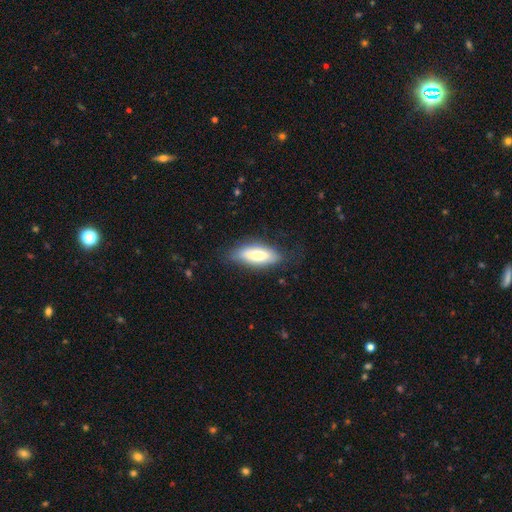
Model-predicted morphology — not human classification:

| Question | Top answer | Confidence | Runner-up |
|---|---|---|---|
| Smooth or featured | smooth | 74% | featured or disk (20%) |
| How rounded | in between | 74% | cigar-shaped (24%) |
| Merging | none | 74% | minor disturbance (20%) |